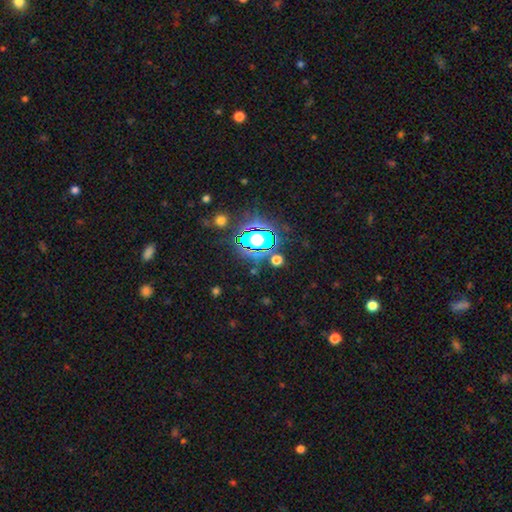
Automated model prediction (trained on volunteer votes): Smooth or featured?
  - star or artifact: 80% *
  - smooth: 13%
  - featured or disk: 8%